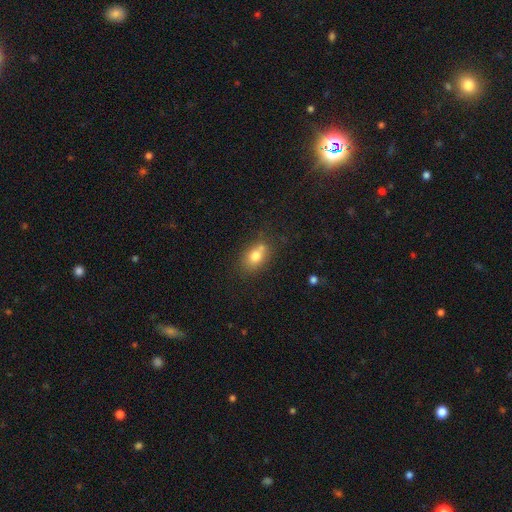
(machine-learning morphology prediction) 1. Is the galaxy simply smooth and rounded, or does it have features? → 75% smooth, 15% featured or disk, 10% star or artifact.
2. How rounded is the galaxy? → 70% in between, 29% round, 2% cigar-shaped.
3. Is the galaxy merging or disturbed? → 53% none, 24% merger, 18% minor disturbance, 5% major disturbance.